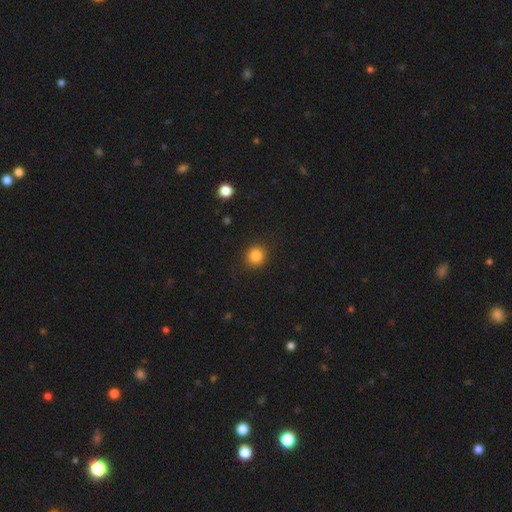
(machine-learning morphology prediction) Smooth or featured? smooth (85%)
How rounded? round (89%)
Merging? none (90%)